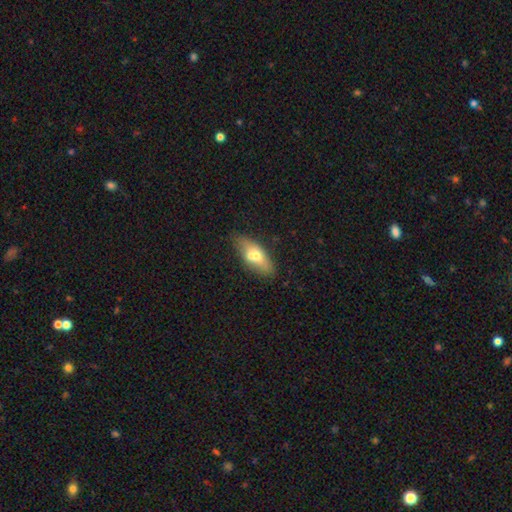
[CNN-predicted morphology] smooth 60%, featured or disk 33%, star or artifact 7%. Down the decision tree: how rounded — in between (71%); merging — none (64%).